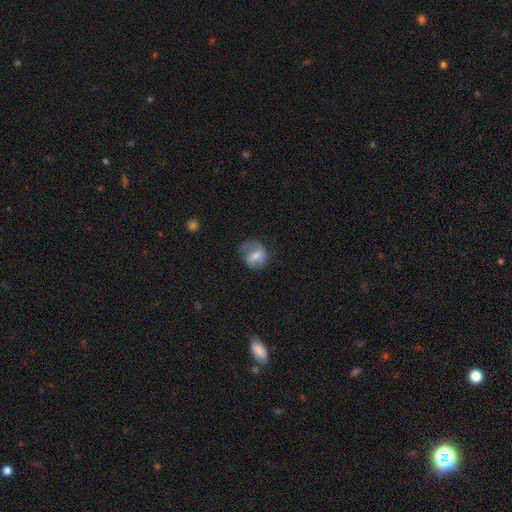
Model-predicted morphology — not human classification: Smooth or featured? smooth (51%)
How rounded? round (61%)
Merging? none (51%)